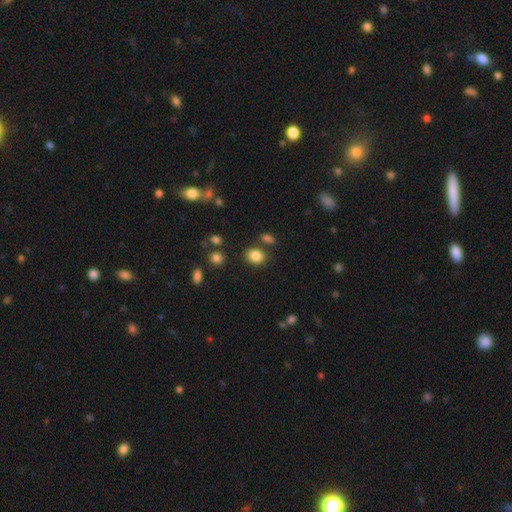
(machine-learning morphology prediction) A smooth galaxy with no disk features (84%) that is round (58%).

Vote fractions:
- Smooth or featured? smooth: 84% / star or artifact: 10% / featured or disk: 5%
- How rounded? round: 58% / in between: 41% / cigar-shaped: 1%
- Merging? none: 78% / minor disturbance: 11% / merger: 8% / major disturbance: 4%